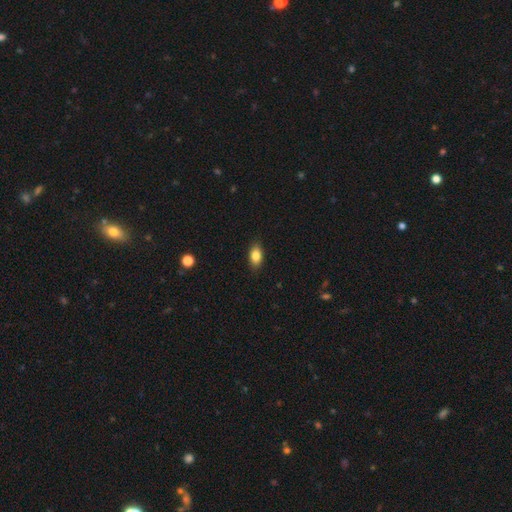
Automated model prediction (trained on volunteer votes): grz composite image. It shows a smooth galaxy with no disk features (85%) that is in between round and cigar-shaped (89%). Merging: none (88%).